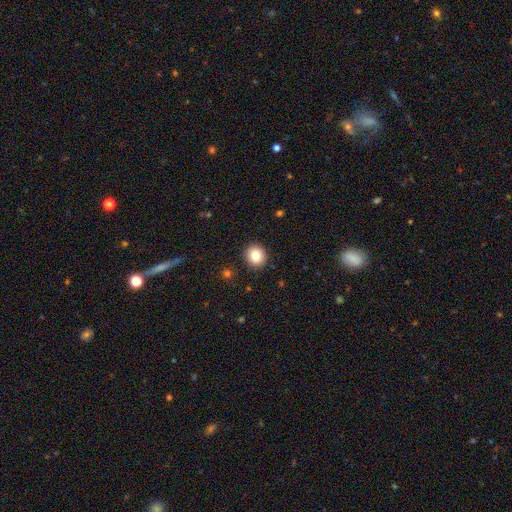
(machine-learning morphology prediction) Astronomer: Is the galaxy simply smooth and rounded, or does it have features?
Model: smooth — 82%.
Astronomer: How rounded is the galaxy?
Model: round — 87%.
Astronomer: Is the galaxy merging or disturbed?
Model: none — 92%.